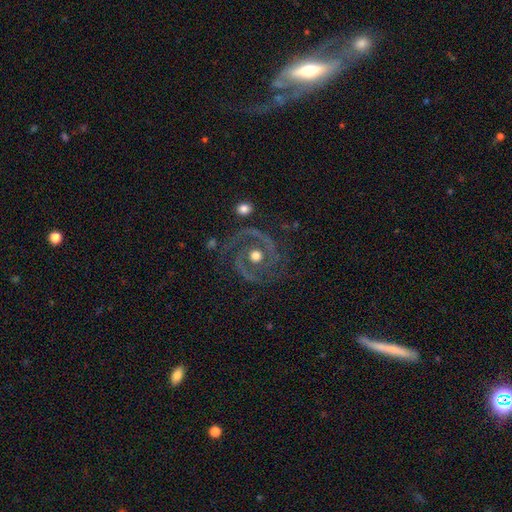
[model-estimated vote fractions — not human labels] Smooth or featured? featured or disk (88%)
Edge-on disk? no (98%)
Bar? no (72%)
Spiral arms? yes (95%)
Spiral winding? medium (46%)
Spiral arm count? 2 (77%)
Bulge size? moderate (74%)
Merging? none (73%)